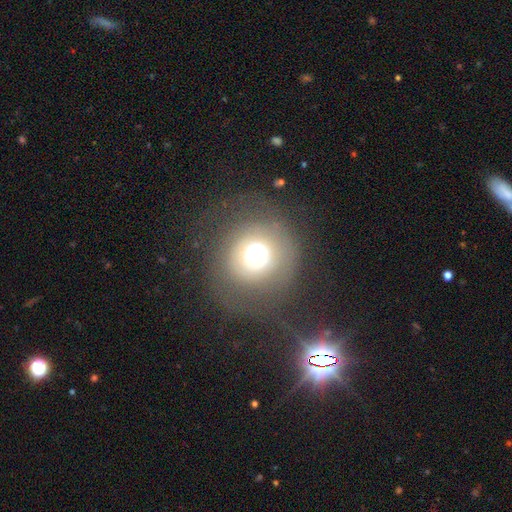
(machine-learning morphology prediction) type=smooth (51%); roundness=round (93%); merging=none (61%).